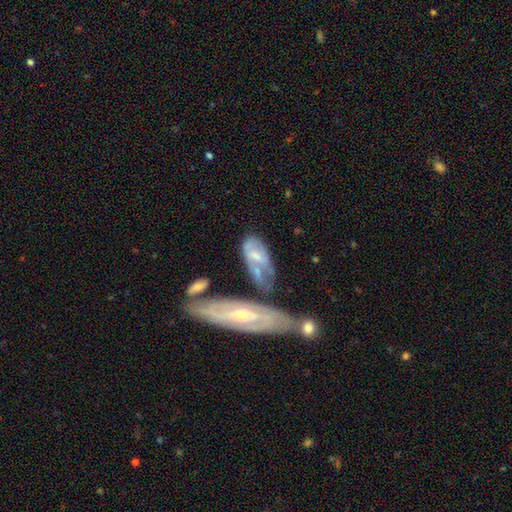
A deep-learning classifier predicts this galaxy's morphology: featured or disk 52%, smooth 41%, star or artifact 7%. Down the decision tree: edge-on disk — no (83%); merging — none (34%).